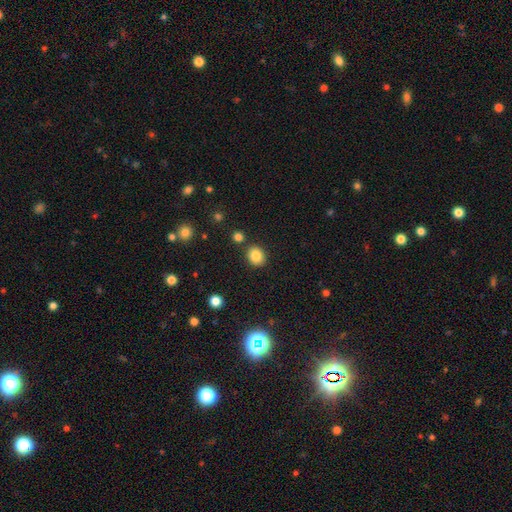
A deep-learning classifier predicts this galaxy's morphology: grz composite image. It shows a smooth galaxy with no disk features (85%) that is round (61%). Merging: none (83%).